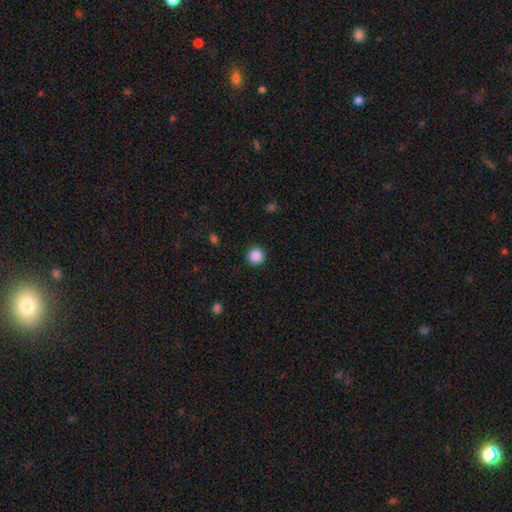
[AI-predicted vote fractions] This appears to be a smooth galaxy with no disk features (88%) that is round (95%). Merging: none (92%).